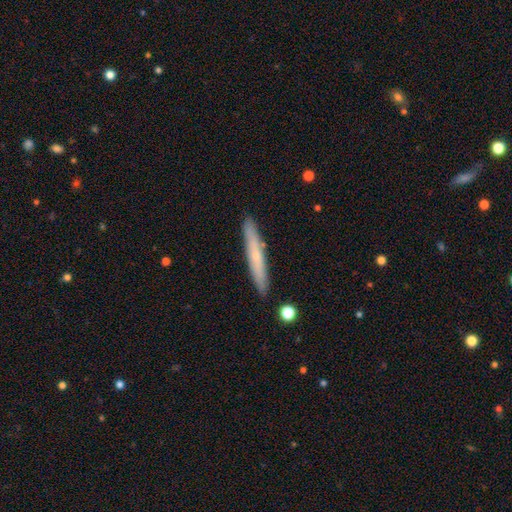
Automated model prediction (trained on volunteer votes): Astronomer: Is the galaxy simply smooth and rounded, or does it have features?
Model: smooth — 54% (runner-up: featured or disk, 40%).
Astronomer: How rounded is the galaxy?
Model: cigar-shaped — 95%.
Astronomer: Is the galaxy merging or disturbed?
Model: none — 89%.